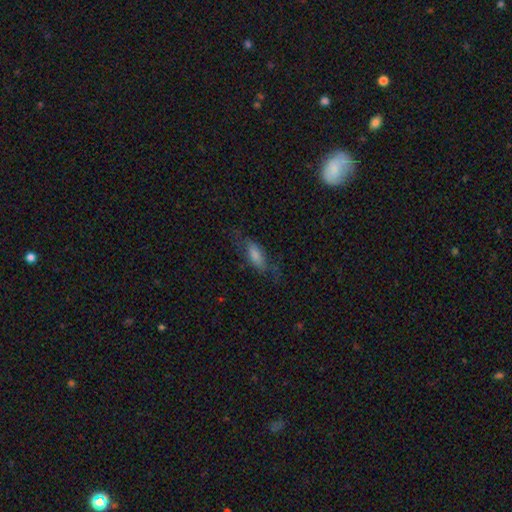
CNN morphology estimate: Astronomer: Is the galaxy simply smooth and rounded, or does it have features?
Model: smooth — 61%.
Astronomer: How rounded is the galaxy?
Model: in between — 65%.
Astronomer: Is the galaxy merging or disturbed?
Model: none — 60%.